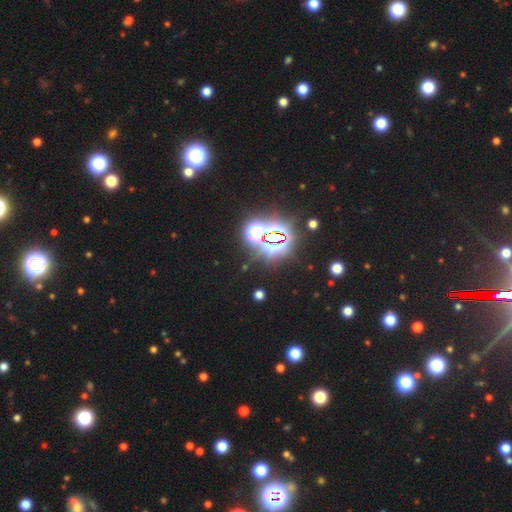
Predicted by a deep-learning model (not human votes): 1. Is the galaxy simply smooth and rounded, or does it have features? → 76% star or artifact, 15% smooth, 9% featured or disk.